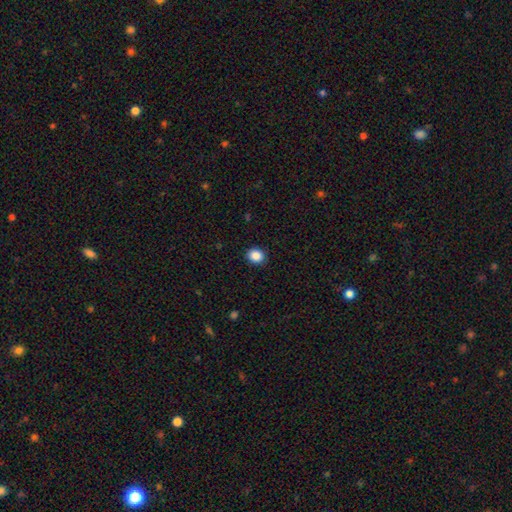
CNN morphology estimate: Smooth or featured: smooth — 87% (star or artifact — 9%)
How rounded: round — 74% (in between — 25%)
Merging: none — 91% (minor disturbance — 6%)